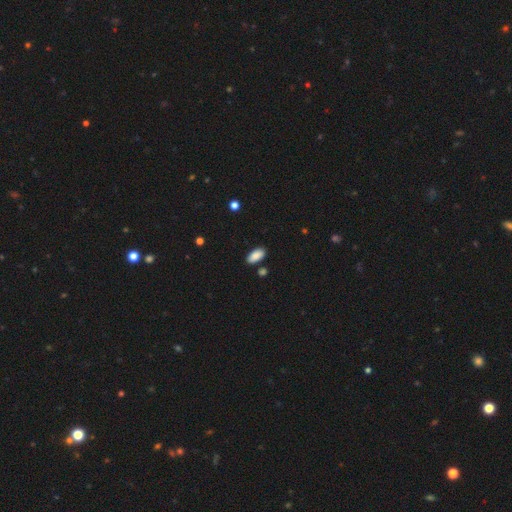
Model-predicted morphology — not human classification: Smooth or featured: smooth — 89% (star or artifact — 7%)
How rounded: in between — 93% (cigar-shaped — 4%)
Merging: none — 85% (minor disturbance — 10%)